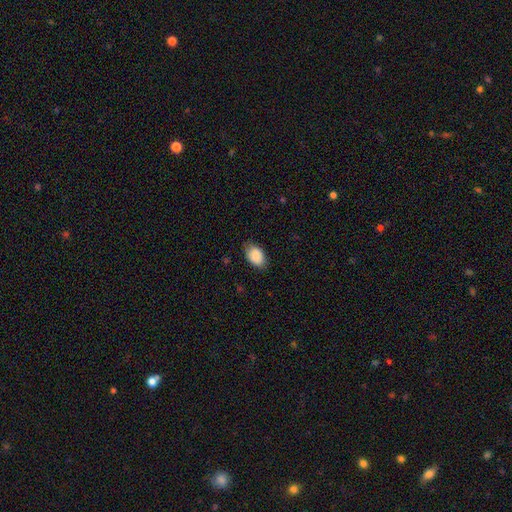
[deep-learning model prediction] Q: Smooth or featured?
A: smooth (89%); runner-up: star or artifact (7%)
Q: How rounded?
A: in between (87%); runner-up: round (12%)
Q: Merging?
A: none (77%); runner-up: minor disturbance (19%)